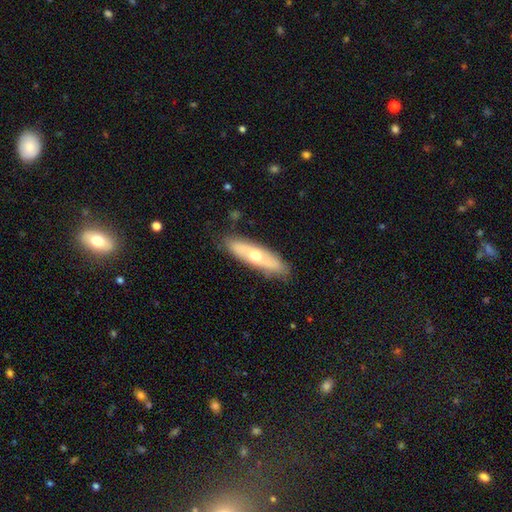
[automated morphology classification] type=featured or disk (48%); merging=none (83%).